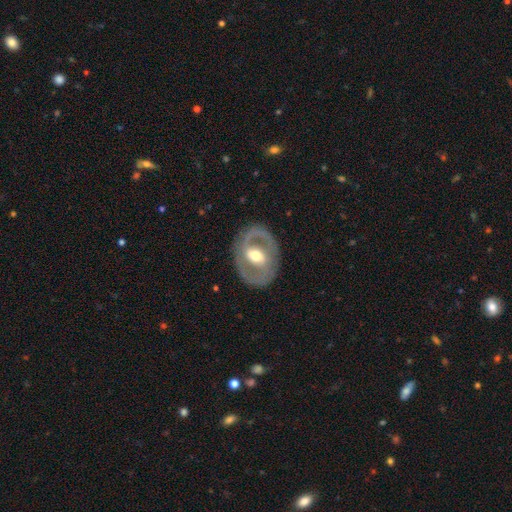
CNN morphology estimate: featured or disk 75%, smooth 20%, star or artifact 5%. Down the decision tree: edge-on disk — no (94%); bar — weak (40%); spiral arms — yes (55%); bulge size — moderate (70%); merging — none (81%).